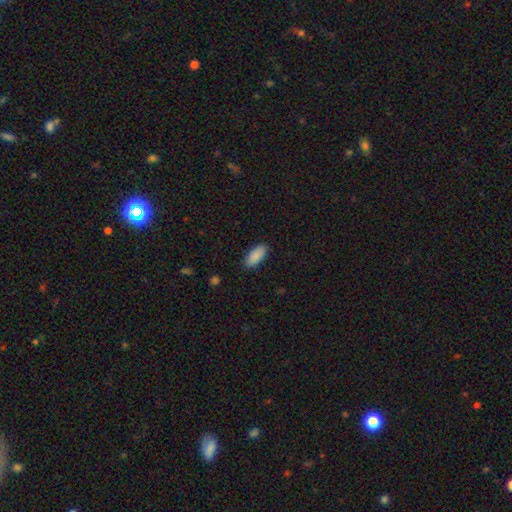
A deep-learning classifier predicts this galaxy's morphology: A smooth galaxy with no disk features (90%) that is in between round and cigar-shaped (89%). Merging: none (88%).